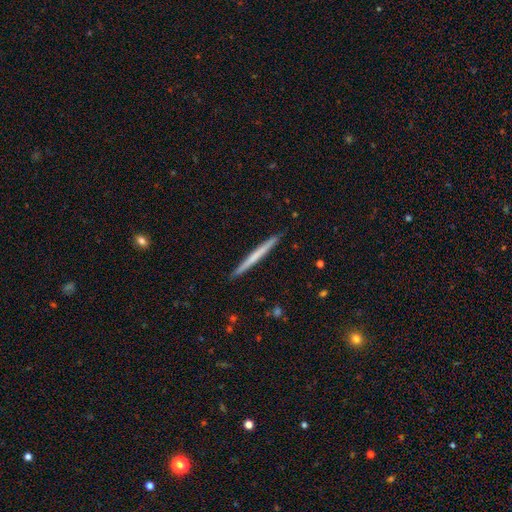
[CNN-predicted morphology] smooth_or_featured: smooth (p=0.53) [alt: featured or disk p=0.42]
how_rounded: cigar-shaped (p=0.97) [alt: in between p=0.01]
merging: none (p=0.92) [alt: minor disturbance p=0.06]